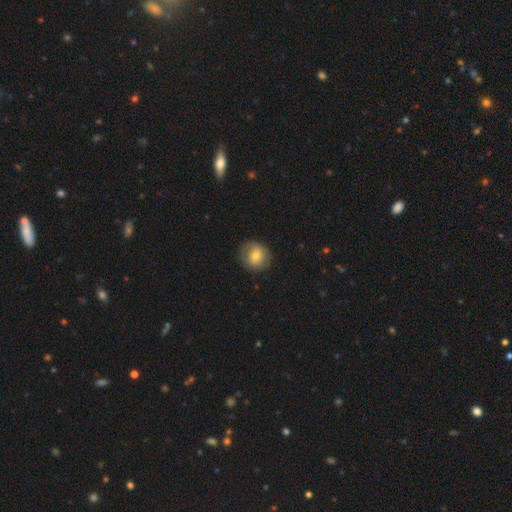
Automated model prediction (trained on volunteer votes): smooth_or_featured: smooth (p=0.67) [alt: featured or disk p=0.24]
how_rounded: round (p=0.82) [alt: in between p=0.17]
merging: none (p=0.79) [alt: minor disturbance p=0.15]